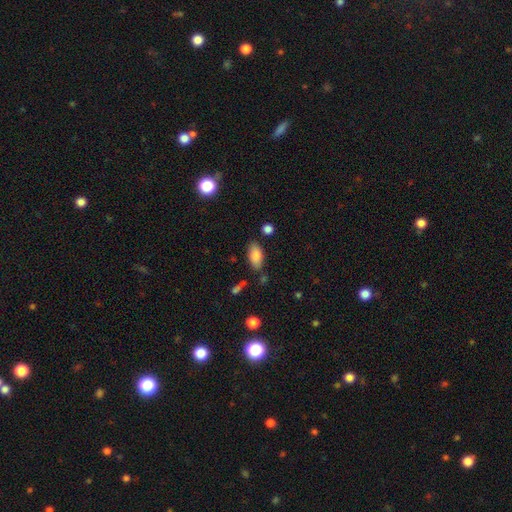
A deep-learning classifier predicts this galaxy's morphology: Smooth or featured? smooth (85%)
How rounded? in between (92%)
Merging? none (78%)